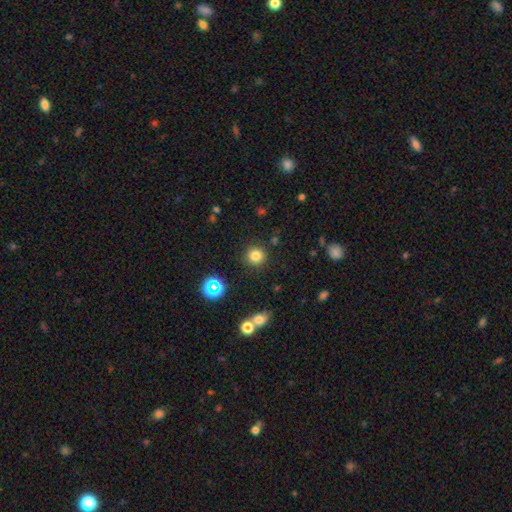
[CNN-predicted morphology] A smooth galaxy with no disk features (80%) that is round (93%).

Vote fractions:
- Smooth or featured? smooth: 80% / star or artifact: 14% / featured or disk: 6%
- How rounded? round: 93% / in between: 6% / cigar-shaped: 1%
- Merging? none: 89% / minor disturbance: 7% / major disturbance: 3% / merger: 2%